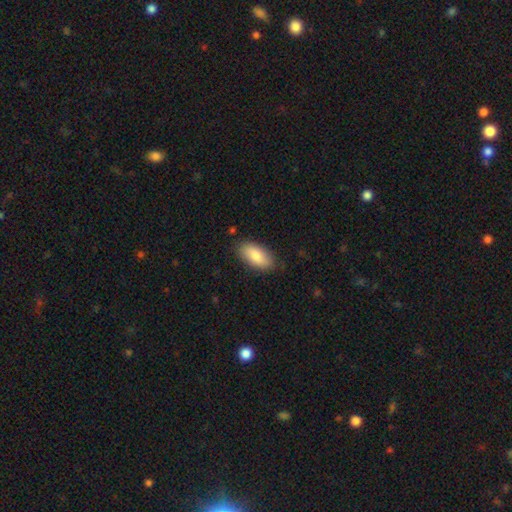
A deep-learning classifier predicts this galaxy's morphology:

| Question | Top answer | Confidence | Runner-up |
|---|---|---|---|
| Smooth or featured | smooth | 83% | featured or disk (12%) |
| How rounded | in between | 93% | cigar-shaped (5%) |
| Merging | none | 84% | minor disturbance (12%) |